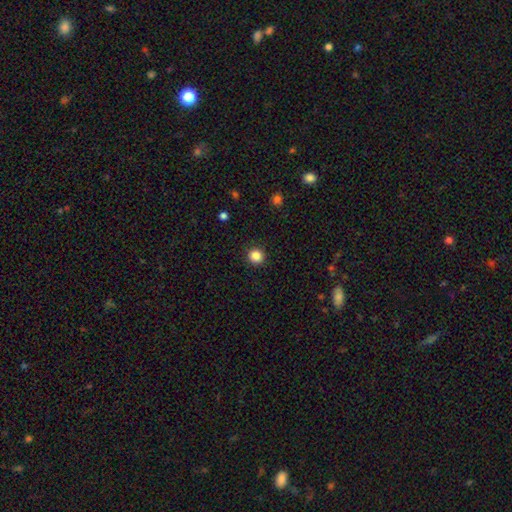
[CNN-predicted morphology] Overall: smooth (85%). How rounded: round (94%). Merging: none (92%).